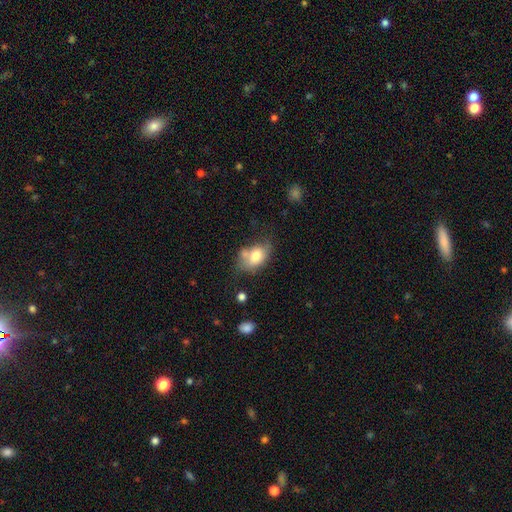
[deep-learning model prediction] Morphology: type=smooth (72%); roundness=in between (81%); merging=none (43%).